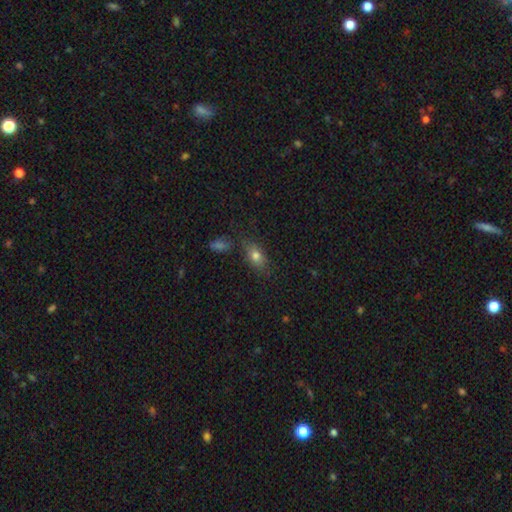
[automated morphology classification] smooth 76%, featured or disk 12%, star or artifact 11%. Down the decision tree: how rounded — in between (80%); merging — none (73%).